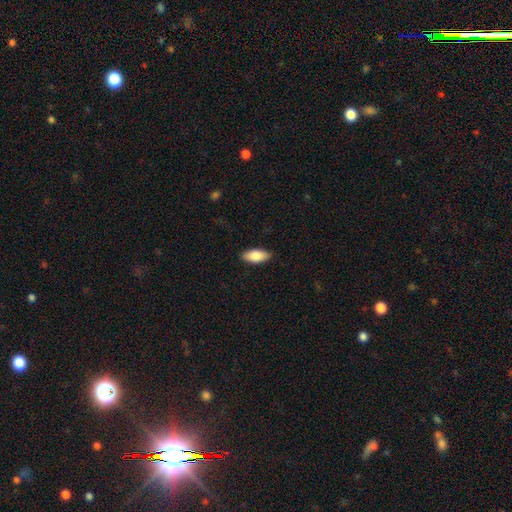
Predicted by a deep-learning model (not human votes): The model was most divided on "smooth or featured": smooth: 84%, featured or disk: 10%, star or artifact: 6%. More confident: merging — none (88%); how rounded — in between (87%).